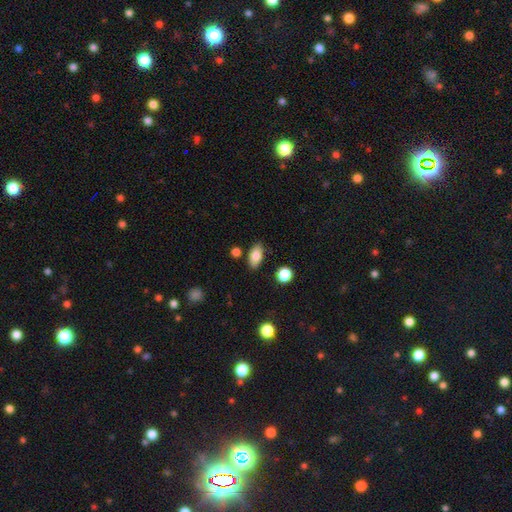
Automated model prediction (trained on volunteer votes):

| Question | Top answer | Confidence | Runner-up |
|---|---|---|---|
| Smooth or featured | smooth | 84% | featured or disk (8%) |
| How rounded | in between | 89% | round (6%) |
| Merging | none | 83% | minor disturbance (11%) |